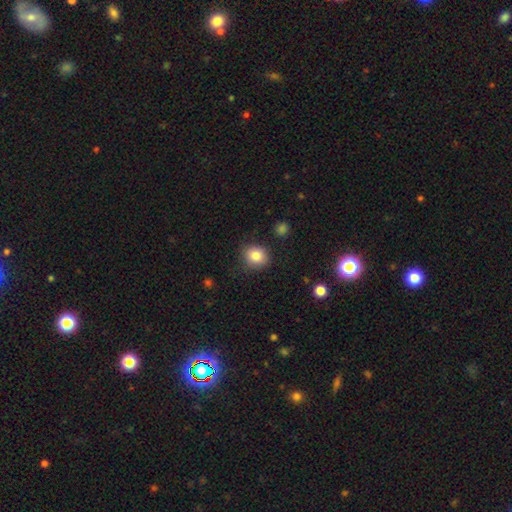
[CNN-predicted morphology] type=smooth (83%); roundness=round (77%); merging=none (85%).